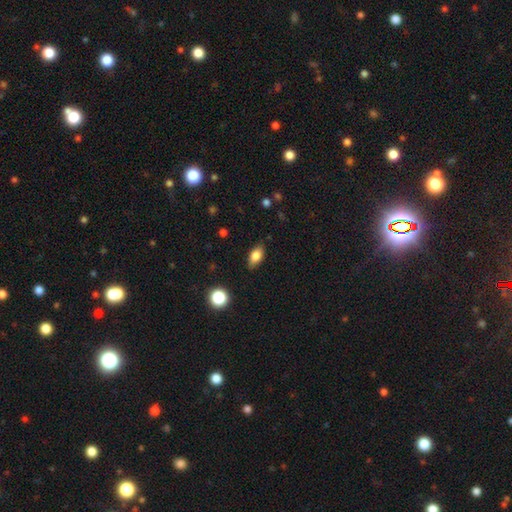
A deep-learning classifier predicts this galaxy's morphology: Smooth or featured: smooth — 80% (featured or disk — 11%)
How rounded: in between — 87% (round — 7%)
Merging: none — 84% (minor disturbance — 12%)